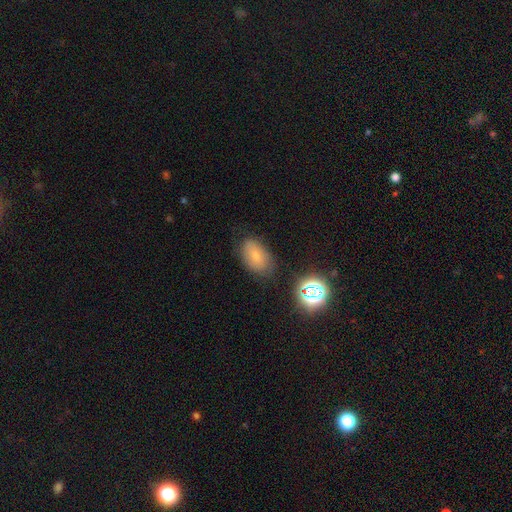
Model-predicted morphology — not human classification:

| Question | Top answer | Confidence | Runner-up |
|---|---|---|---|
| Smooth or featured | smooth | 71% | star or artifact (15%) |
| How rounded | in between | 88% | round (10%) |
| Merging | none | 74% | minor disturbance (18%) |